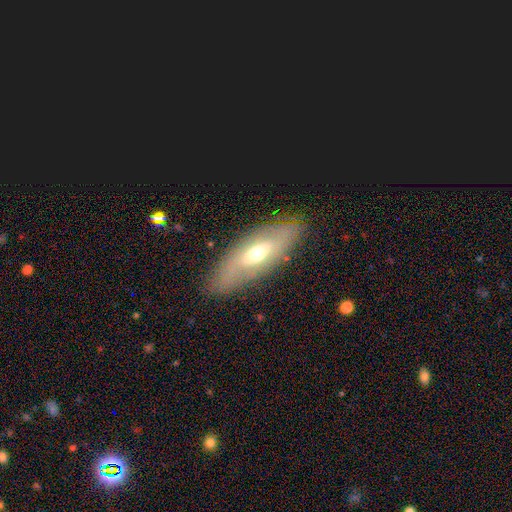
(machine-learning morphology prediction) Smooth or featured? Predicted: featured or disk (p=0.53). Edge-on disk? Predicted: no (p=0.70). Merging? Predicted: none (p=0.83).